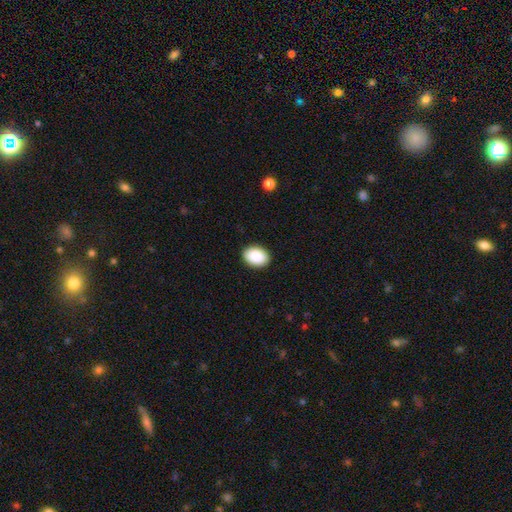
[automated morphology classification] This is clearly a smooth galaxy (90%). How rounded: clearly in between (81%). Merging: clearly none (91%).